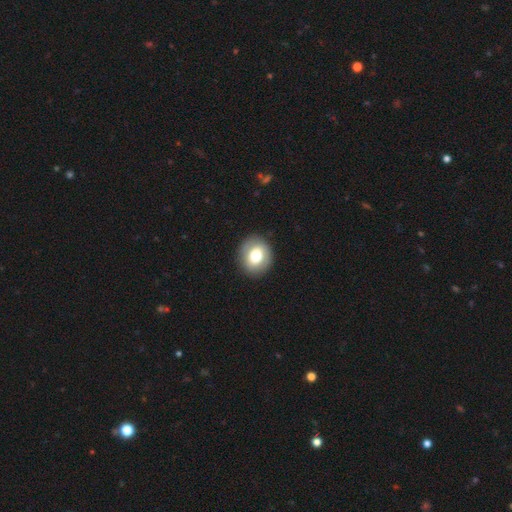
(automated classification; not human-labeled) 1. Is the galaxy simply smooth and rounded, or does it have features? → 72% smooth, 20% featured or disk, 8% star or artifact.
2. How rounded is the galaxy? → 68% round, 31% in between, 1% cigar-shaped.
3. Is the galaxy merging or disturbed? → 88% none, 8% minor disturbance, 3% major disturbance, 1% merger.